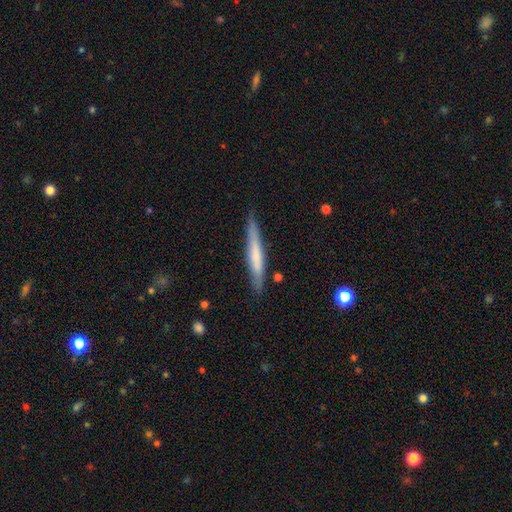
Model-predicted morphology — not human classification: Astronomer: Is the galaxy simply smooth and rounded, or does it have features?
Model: smooth — 55% (runner-up: featured or disk, 39%).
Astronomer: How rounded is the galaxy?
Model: cigar-shaped — 95%.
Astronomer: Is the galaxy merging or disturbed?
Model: none — 86%.